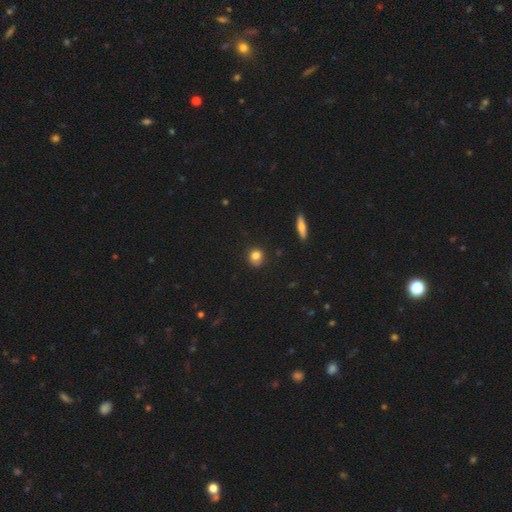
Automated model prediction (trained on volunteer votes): Smooth or featured? smooth (80%)
How rounded? round (78%)
Merging? none (75%)